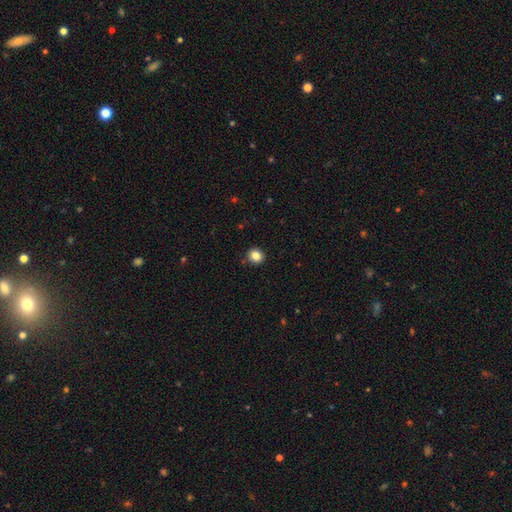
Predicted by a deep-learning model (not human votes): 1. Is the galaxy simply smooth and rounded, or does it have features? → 84% smooth, 11% star or artifact, 5% featured or disk.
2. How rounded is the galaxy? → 81% round, 18% in between, 1% cigar-shaped.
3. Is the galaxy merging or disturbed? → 90% none, 6% minor disturbance, 2% major disturbance, 1% merger.